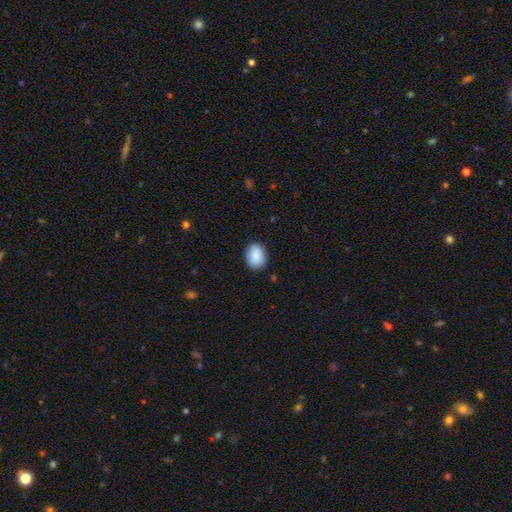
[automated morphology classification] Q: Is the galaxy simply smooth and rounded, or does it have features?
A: smooth — 90%.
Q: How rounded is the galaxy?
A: in between — 70%.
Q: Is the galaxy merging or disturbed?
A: none — 86%.